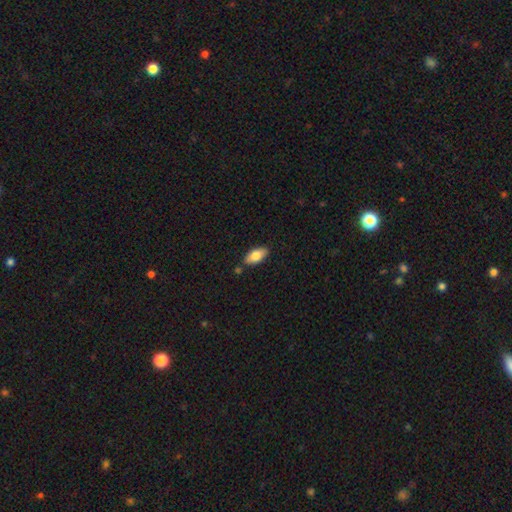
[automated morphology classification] This is likely a smooth galaxy (79%). How rounded: clearly in between (91%). Merging: clearly none (81%).